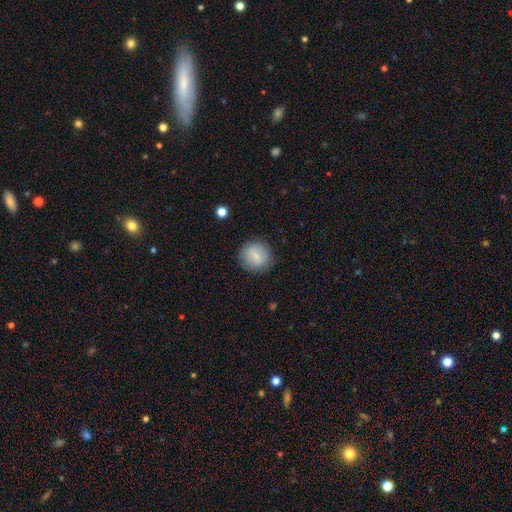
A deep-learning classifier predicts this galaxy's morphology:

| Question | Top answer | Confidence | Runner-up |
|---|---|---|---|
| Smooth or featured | smooth | 74% | featured or disk (18%) |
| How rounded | round | 90% | in between (9%) |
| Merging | none | 86% | minor disturbance (10%) |